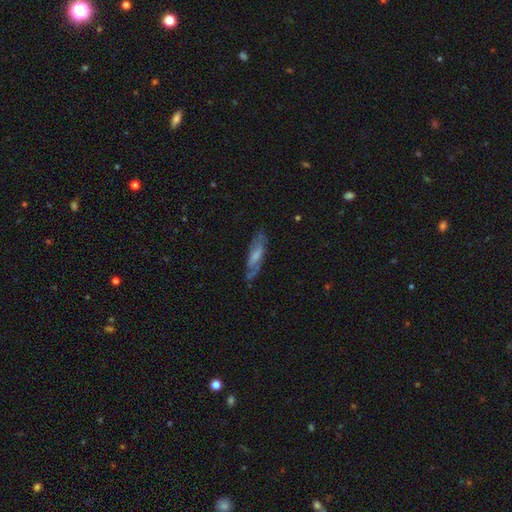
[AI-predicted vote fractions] Smooth or featured: featured or disk — 53% (smooth — 39%)
Edge-on disk: no — 63% (yes — 37%)
Merging: none — 69% (minor disturbance — 21%)